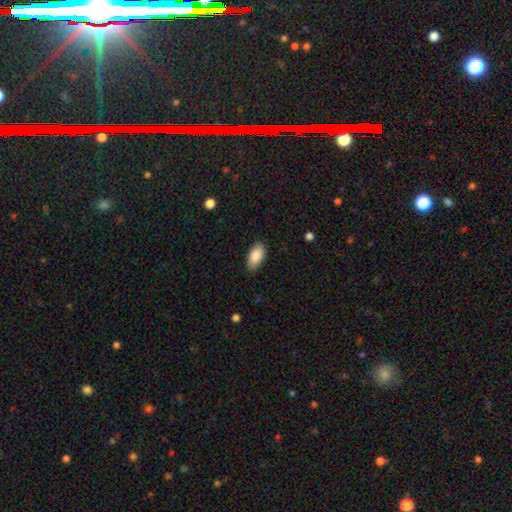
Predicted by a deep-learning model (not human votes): Q: Smooth or featured?
A: smooth (89%); runner-up: star or artifact (6%)
Q: How rounded?
A: in between (94%); runner-up: cigar-shaped (3%)
Q: Merging?
A: none (84%); runner-up: minor disturbance (13%)